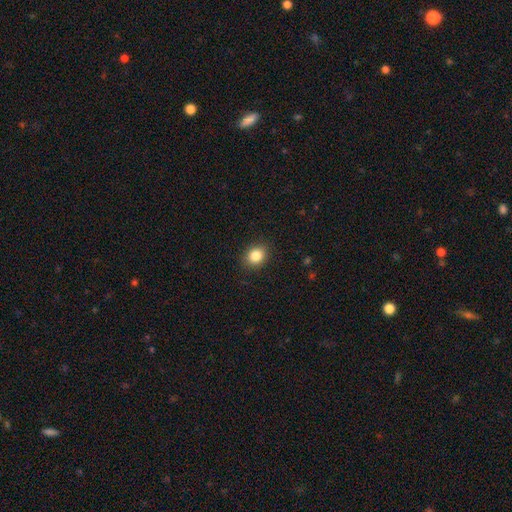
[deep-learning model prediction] A smooth galaxy with no disk features (85%) that is round (63%). Merging: none (89%).